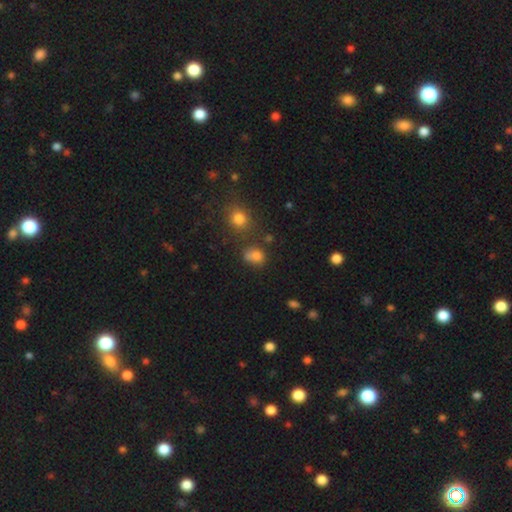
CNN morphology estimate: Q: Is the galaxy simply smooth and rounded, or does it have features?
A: smooth — 76%.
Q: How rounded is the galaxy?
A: round — 52%.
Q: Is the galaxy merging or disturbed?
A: none — 54%.